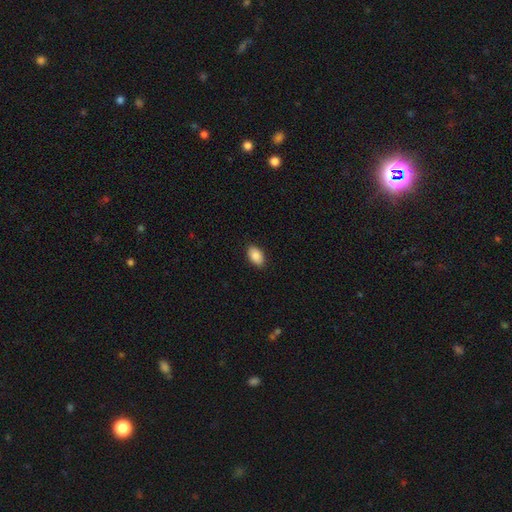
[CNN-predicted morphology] Smooth or featured?
  - smooth: 88% *
  - star or artifact: 7%
  - featured or disk: 5%
How rounded?
  - in between: 93% *
  - round: 6%
  - cigar-shaped: 1%
Merging?
  - none: 89% *
  - minor disturbance: 8%
  - major disturbance: 2%
  - merger: 1%